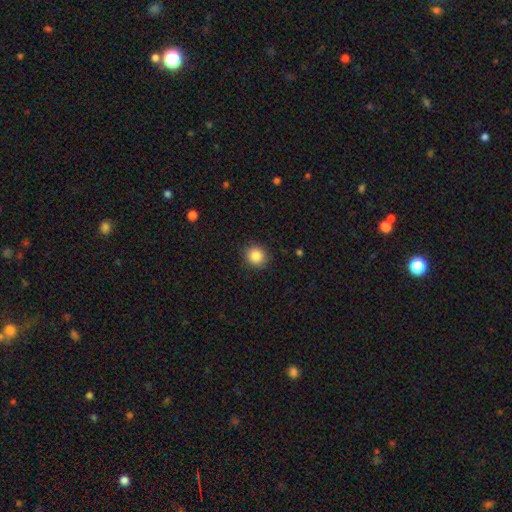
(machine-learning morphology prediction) smooth-or-featured: smooth: 87% | star or artifact: 9% | featured or disk: 4%
  how-rounded: round: 84% | in between: 16% | cigar-shaped: 1%
  merging: none: 90% | minor disturbance: 7% | major disturbance: 2% | merger: 1%